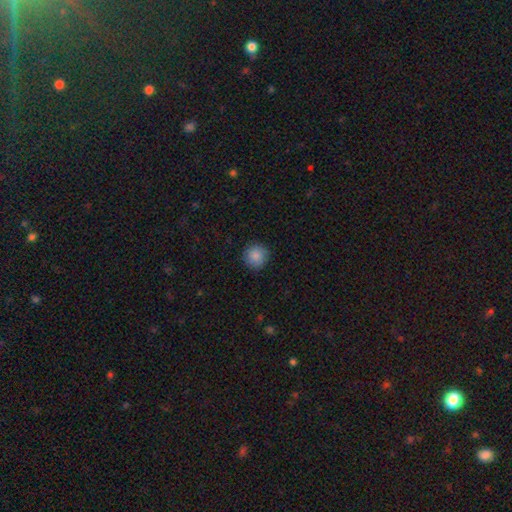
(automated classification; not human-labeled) smooth_or_featured: smooth (p=0.87) [alt: star or artifact p=0.09]
how_rounded: round (p=0.94) [alt: in between p=0.05]
merging: none (p=0.91) [alt: minor disturbance p=0.06]